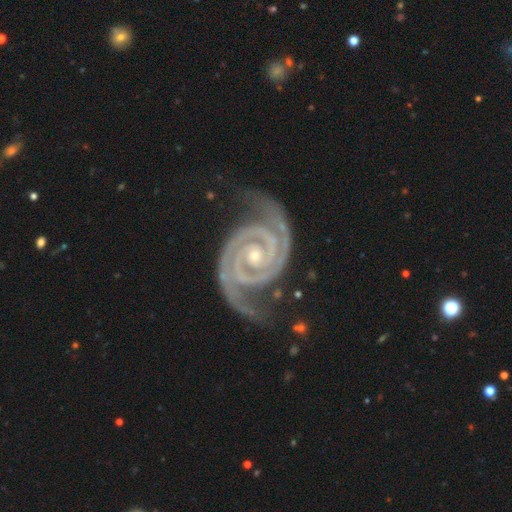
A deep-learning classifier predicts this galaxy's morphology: Smooth or featured? featured or disk (94%)
Edge-on disk? no (98%)
Bar? no (54%)
Spiral arms? yes (99%)
Spiral winding? tight (78%)
Spiral arm count? 2 (91%)
Bulge size? small (61%)
Merging? none (73%)